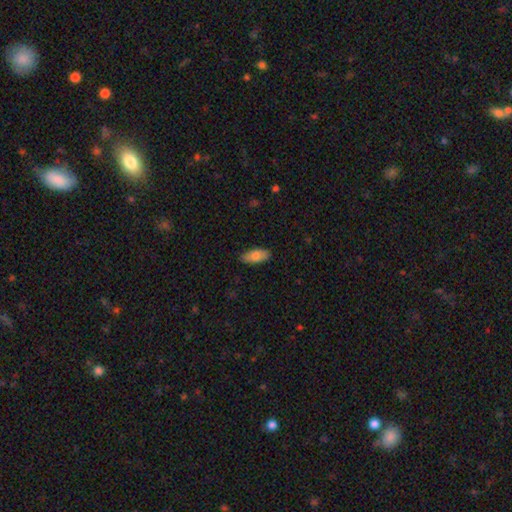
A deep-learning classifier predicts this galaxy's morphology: Q: Smooth or featured?
A: smooth (78%); runner-up: featured or disk (16%)
Q: How rounded?
A: in between (84%); runner-up: cigar-shaped (13%)
Q: Merging?
A: none (84%); runner-up: minor disturbance (13%)